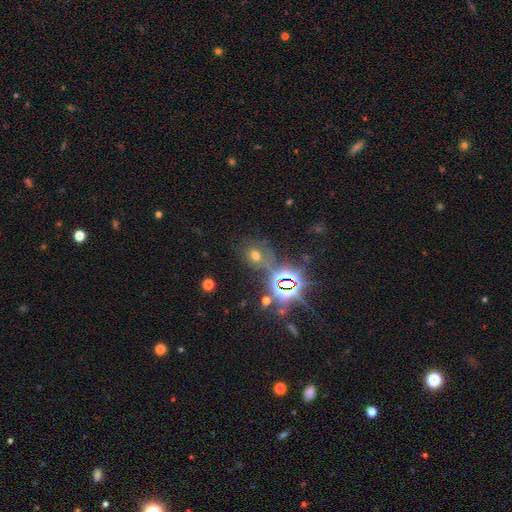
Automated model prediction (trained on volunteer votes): Overall: smooth (45%; star or artifact 43%). Merging: none (63%).